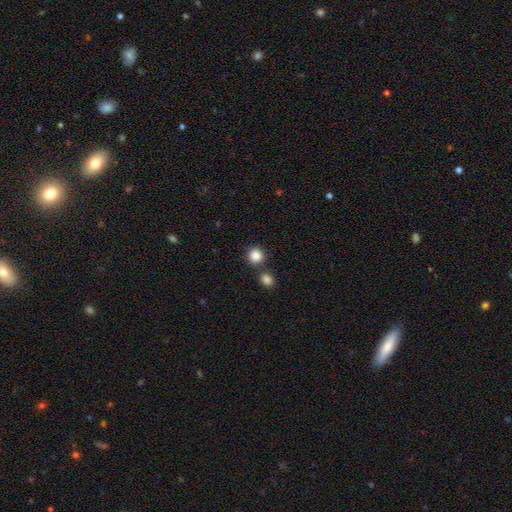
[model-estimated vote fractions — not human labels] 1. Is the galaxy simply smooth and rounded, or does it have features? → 87% smooth, 10% star or artifact, 4% featured or disk.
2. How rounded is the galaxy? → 89% round, 10% in between, 1% cigar-shaped.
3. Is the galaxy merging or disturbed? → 75% none, 14% merger, 8% minor disturbance, 3% major disturbance.